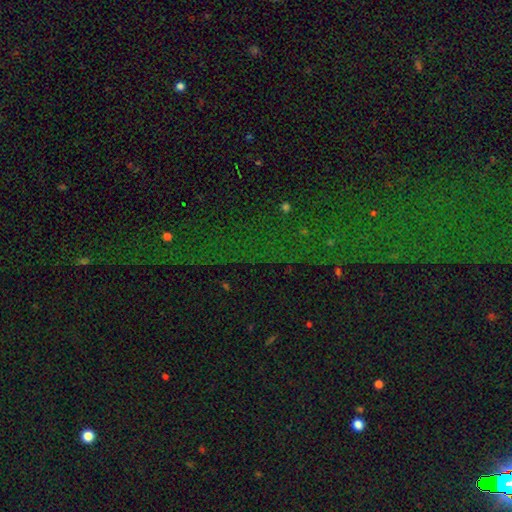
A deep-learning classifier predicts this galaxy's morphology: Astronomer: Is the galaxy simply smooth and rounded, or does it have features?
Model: star or artifact — 81%.